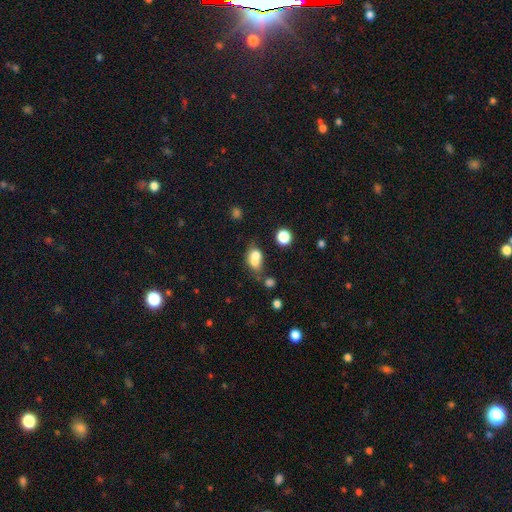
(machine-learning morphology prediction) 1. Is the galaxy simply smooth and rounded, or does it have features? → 70% smooth, 18% featured or disk, 12% star or artifact.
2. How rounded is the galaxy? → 63% in between, 34% round, 3% cigar-shaped.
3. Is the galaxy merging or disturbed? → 53% merger, 27% none, 12% minor disturbance, 7% major disturbance.